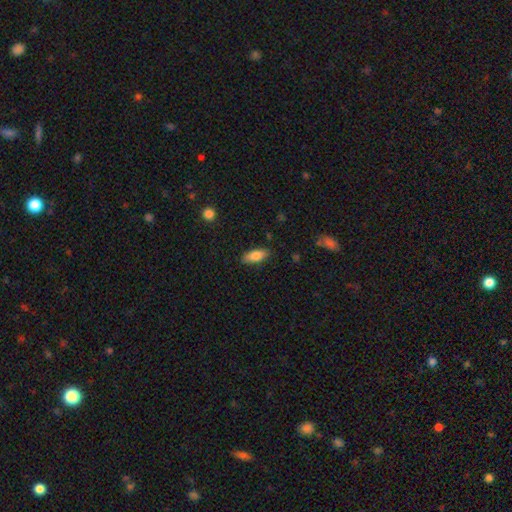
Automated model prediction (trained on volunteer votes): The model was most divided on "how rounded": in between: 78%, cigar-shaped: 20%, round: 2%. More confident: merging — none (86%); smooth or featured — smooth (80%).